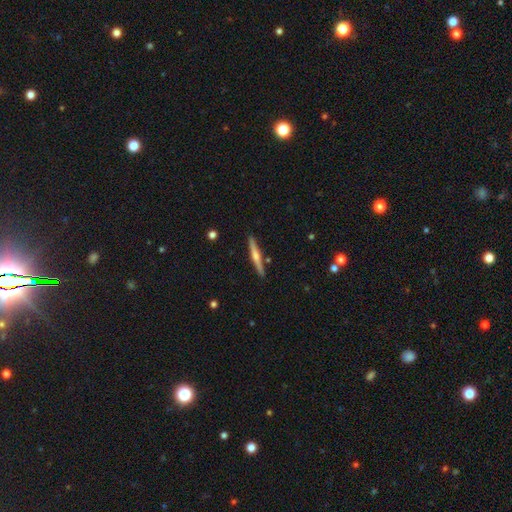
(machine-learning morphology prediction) Smooth or featured? featured or disk (69%)
Edge-on disk? yes (98%)
Edge-on bulge? rounded (86%)
Merging? none (90%)